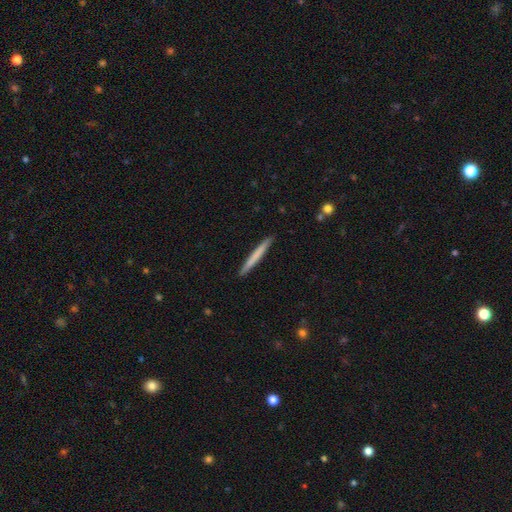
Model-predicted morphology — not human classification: The model was most divided on "smooth or featured": smooth: 66%, featured or disk: 29%, star or artifact: 5%. More confident: how rounded — cigar-shaped (97%); merging — none (93%).